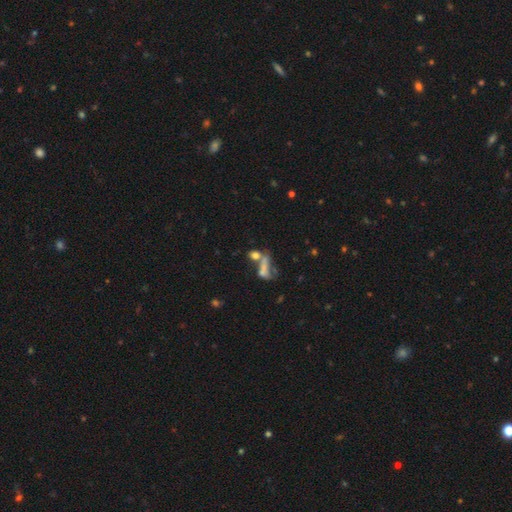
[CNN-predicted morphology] A smooth galaxy with no disk features (52%) that is in between round and cigar-shaped (46%).

Vote fractions:
- Smooth or featured? smooth: 52% / featured or disk: 25% / star or artifact: 23%
- How rounded? in between: 46% / round: 27% / cigar-shaped: 27%
- Merging? merger: 45% / none: 32% / major disturbance: 13% / minor disturbance: 10%